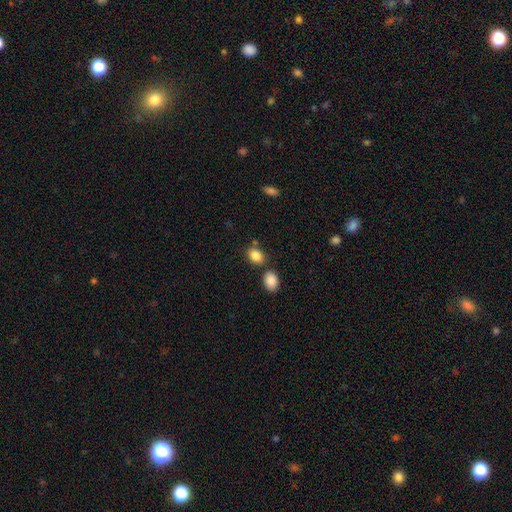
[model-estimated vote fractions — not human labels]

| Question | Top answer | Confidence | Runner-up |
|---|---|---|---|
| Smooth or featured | smooth | 86% | star or artifact (9%) |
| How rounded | in between | 67% | round (32%) |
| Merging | none | 68% | merger (17%) |